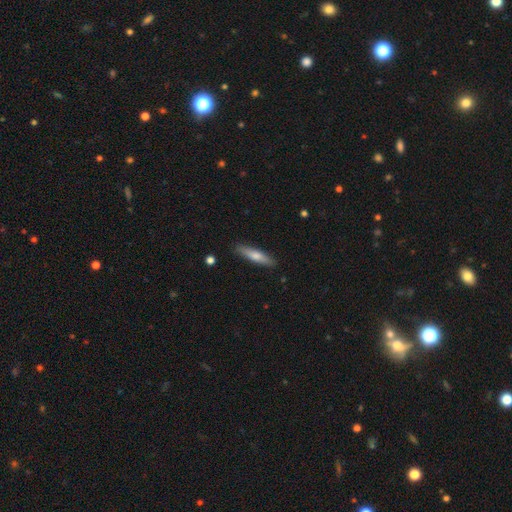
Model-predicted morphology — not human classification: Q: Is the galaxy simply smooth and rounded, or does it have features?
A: smooth — 66%.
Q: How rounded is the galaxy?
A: cigar-shaped — 80%.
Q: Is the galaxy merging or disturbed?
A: none — 88%.